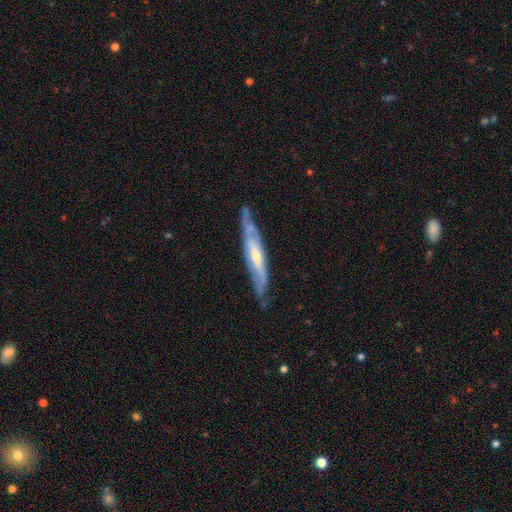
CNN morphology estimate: type=featured or disk (75%); edge-on=yes (55%); merging=none (70%).